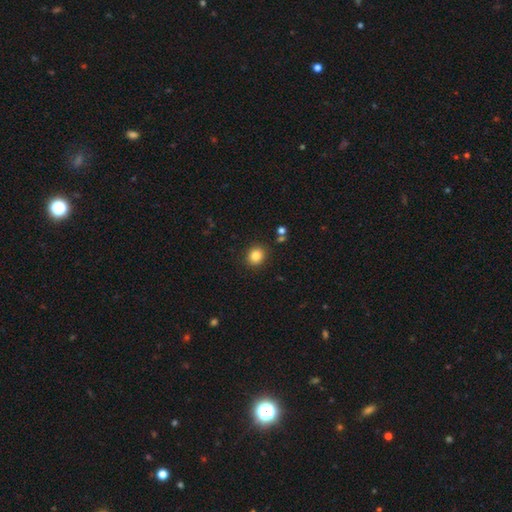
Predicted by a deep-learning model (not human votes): Smooth or featured?
  - smooth: 84% *
  - star or artifact: 11%
  - featured or disk: 6%
How rounded?
  - round: 77% *
  - in between: 22%
  - cigar-shaped: 1%
Merging?
  - none: 89% *
  - minor disturbance: 7%
  - major disturbance: 2%
  - merger: 2%